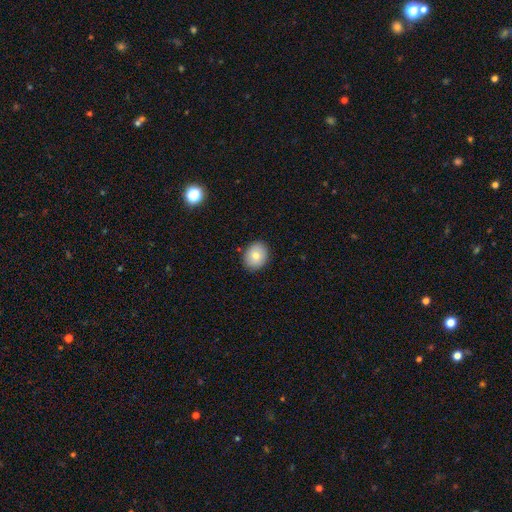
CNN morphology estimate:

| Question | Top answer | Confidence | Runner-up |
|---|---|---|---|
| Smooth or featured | smooth | 76% | featured or disk (15%) |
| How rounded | round | 53% | in between (46%) |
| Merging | none | 88% | minor disturbance (8%) |